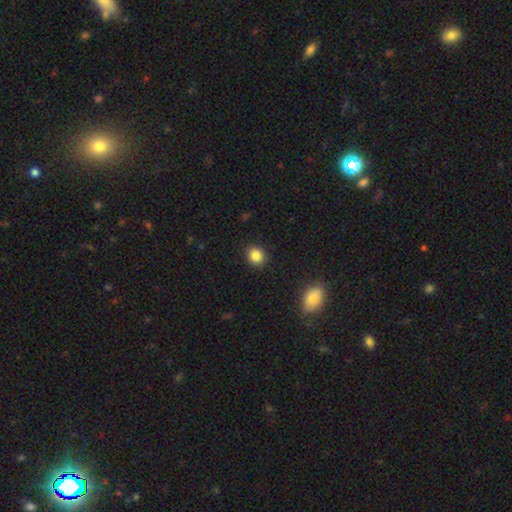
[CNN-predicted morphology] This is clearly a smooth galaxy (85%). How rounded: likely round (79%). Merging: clearly none (91%).